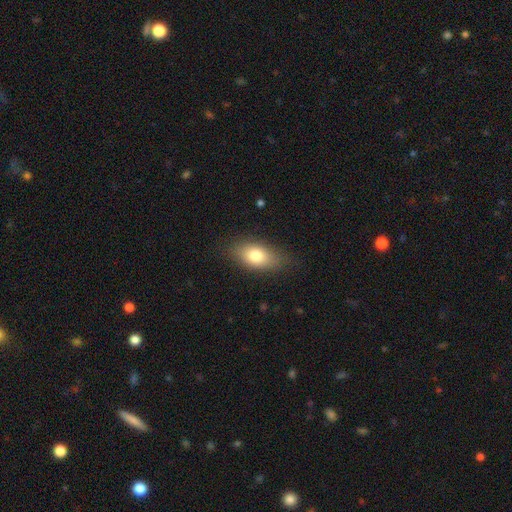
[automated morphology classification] The model was most divided on "merging": none: 79%, minor disturbance: 15%, major disturbance: 4%, merger: 1%. More confident: how rounded — in between (87%); smooth or featured — smooth (78%).